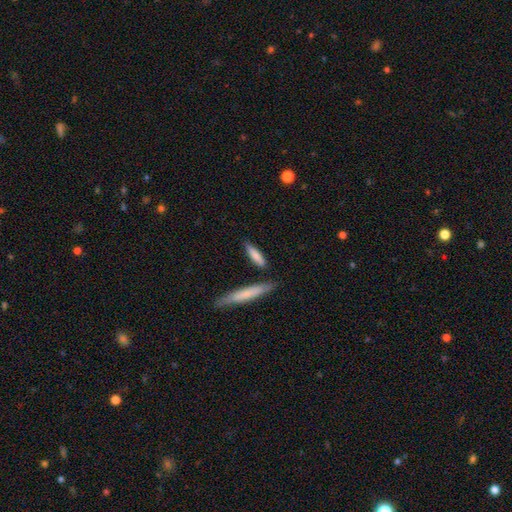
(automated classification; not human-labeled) The model was most divided on "how rounded": cigar-shaped: 76%, in between: 22%, round: 2%. More confident: smooth or featured — smooth (77%); merging — none (75%).